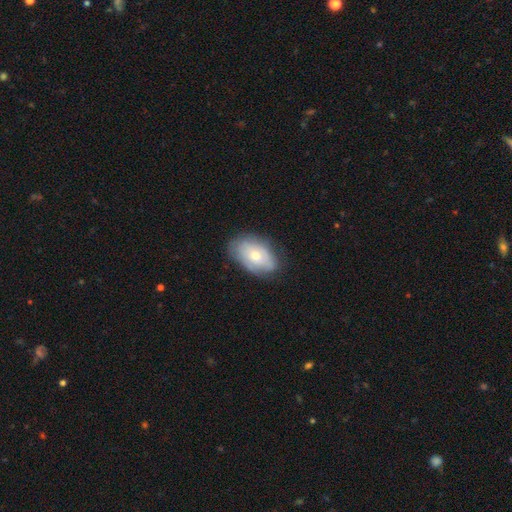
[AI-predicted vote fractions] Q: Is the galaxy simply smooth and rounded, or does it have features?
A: smooth — 55%.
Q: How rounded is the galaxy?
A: in between — 90%.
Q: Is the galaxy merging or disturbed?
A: none — 70%.